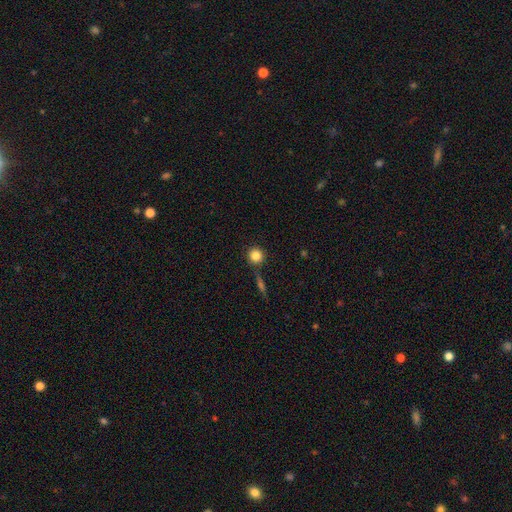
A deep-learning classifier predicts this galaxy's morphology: Smooth or featured? Predicted: smooth (p=0.84). How rounded? Predicted: round (p=0.93). Merging? Predicted: none (p=0.80).